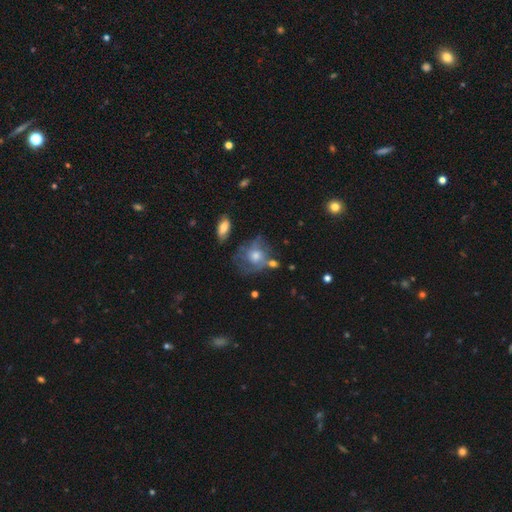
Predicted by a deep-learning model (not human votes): This is possibly a featured or disk galaxy (50%). It is clearly not viewed edge-on (95%). Merging: possibly none (50%).